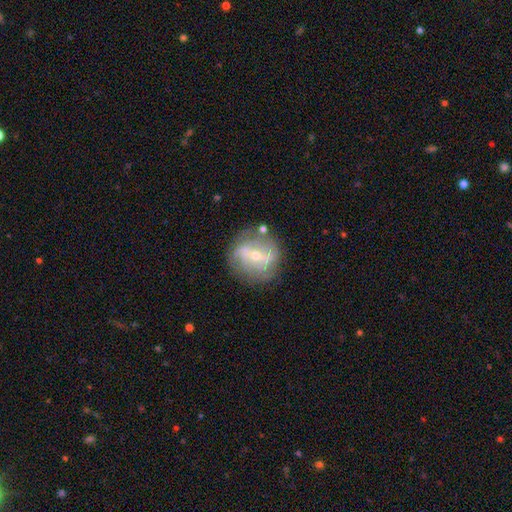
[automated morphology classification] type=featured or disk (76%); edge-on=no (95%); bar=weak (42%); spiral arms=yes (78%); winding=medium (39%); arm count=2 (51%); bulge=small (49%); merging=none (72%).